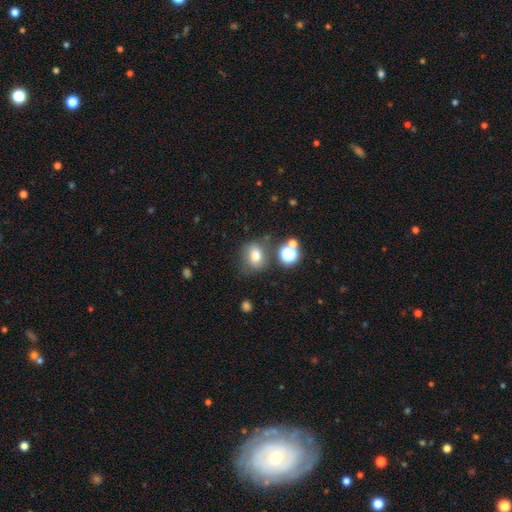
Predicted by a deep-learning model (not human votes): A smooth galaxy with no disk features (74%) that is round (52%). Merging: none (65%).